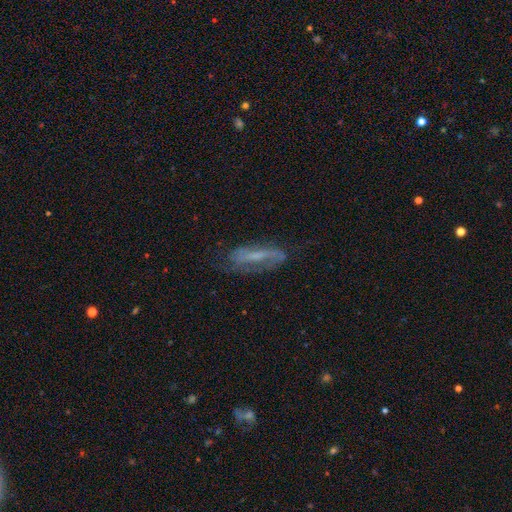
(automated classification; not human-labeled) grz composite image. It shows a featured or disk galaxy (65%). Merging: none (58%).